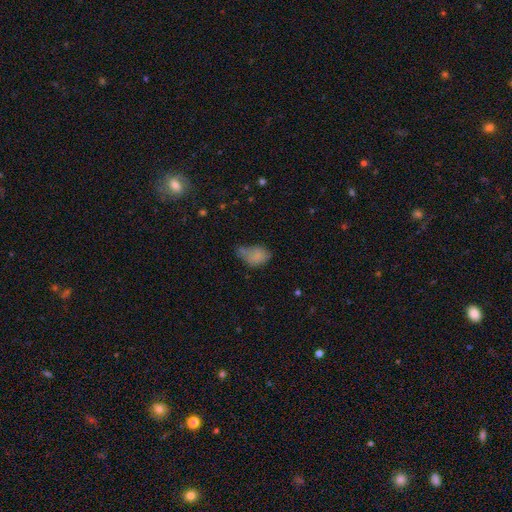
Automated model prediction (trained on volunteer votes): Smooth or featured? Predicted: smooth (p=0.74). How rounded? Predicted: in between (p=0.83). Merging? Predicted: minor disturbance (p=0.34).